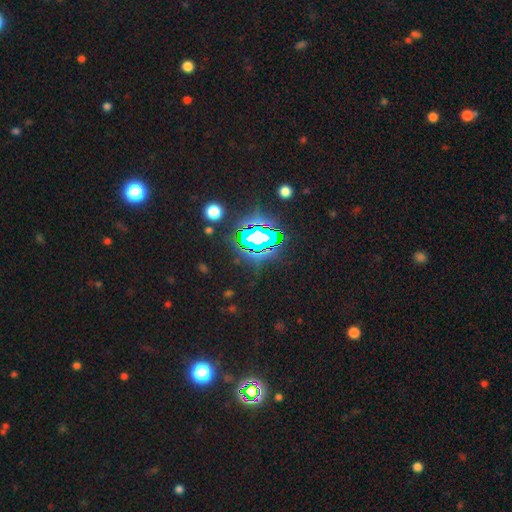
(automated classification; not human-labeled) Smooth or featured: star or artifact — 84% (smooth — 9%)